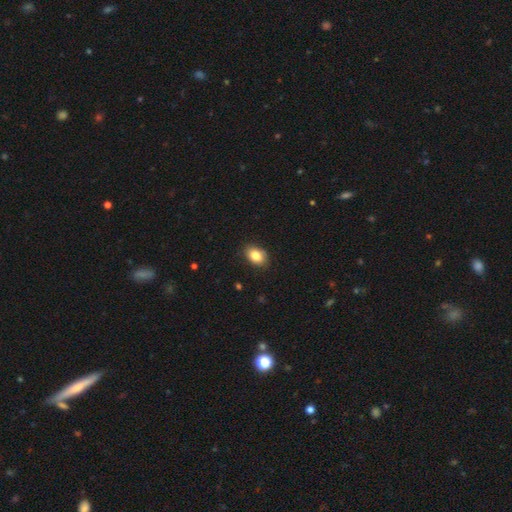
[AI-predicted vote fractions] This is clearly a smooth galaxy (84%). How rounded: clearly in between (82%). Merging: clearly none (86%).